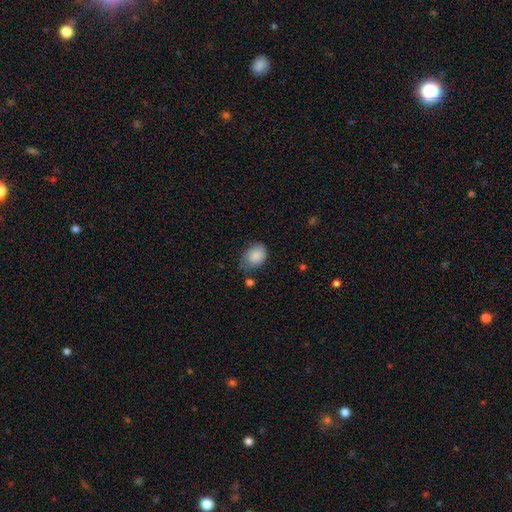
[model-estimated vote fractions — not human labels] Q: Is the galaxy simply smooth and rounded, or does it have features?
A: smooth — 87%.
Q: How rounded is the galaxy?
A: in between — 62%.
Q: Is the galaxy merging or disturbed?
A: none — 59%.